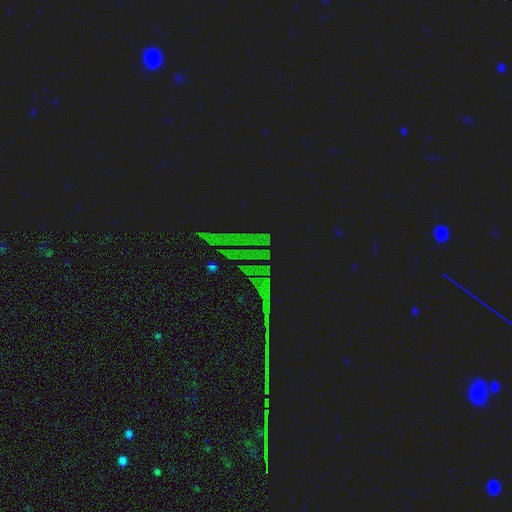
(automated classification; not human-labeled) Smooth or featured?
  - star or artifact: 85% *
  - featured or disk: 8%
  - smooth: 7%